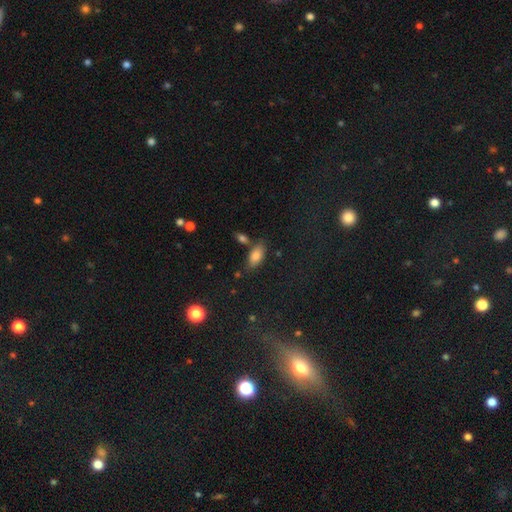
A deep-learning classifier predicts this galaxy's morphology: A smooth galaxy with no disk features (82%) that is in between round and cigar-shaped (89%). Merging: none (70%).